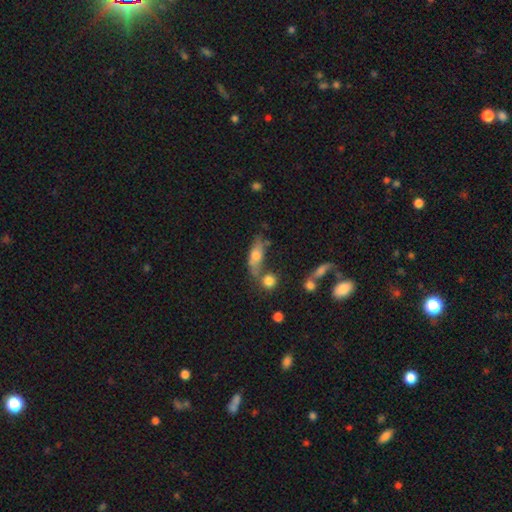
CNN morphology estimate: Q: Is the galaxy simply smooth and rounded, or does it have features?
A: smooth — 62%.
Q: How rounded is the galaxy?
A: in between — 65%.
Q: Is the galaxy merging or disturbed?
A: none — 45%.